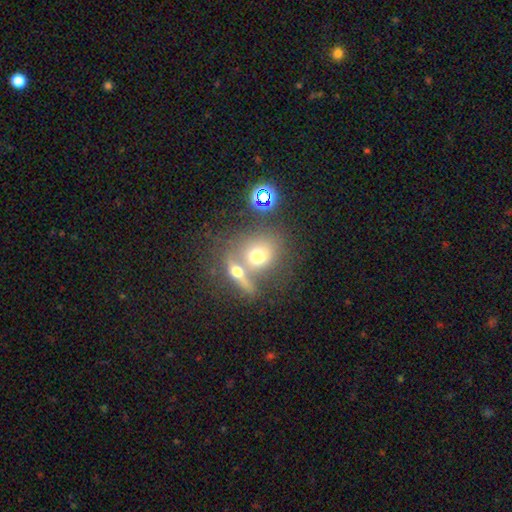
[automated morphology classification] smooth 56%, featured or disk 28%, star or artifact 16%. Down the decision tree: how rounded — round (65%); merging — merger (49%).